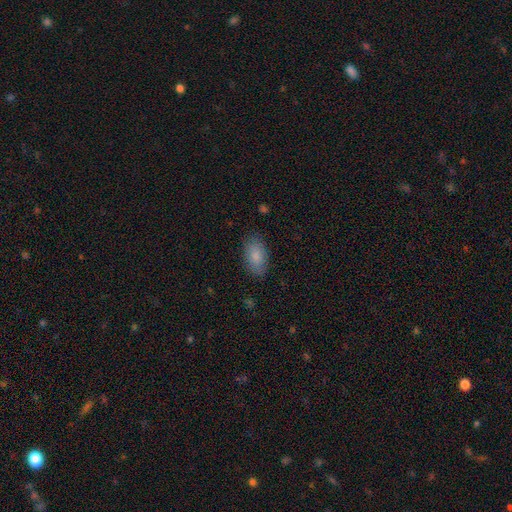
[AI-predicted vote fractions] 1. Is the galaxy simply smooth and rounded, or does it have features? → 85% smooth, 8% featured or disk, 7% star or artifact.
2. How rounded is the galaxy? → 93% in between, 4% round, 3% cigar-shaped.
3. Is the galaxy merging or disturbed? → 83% none, 13% minor disturbance, 3% major disturbance, 1% merger.